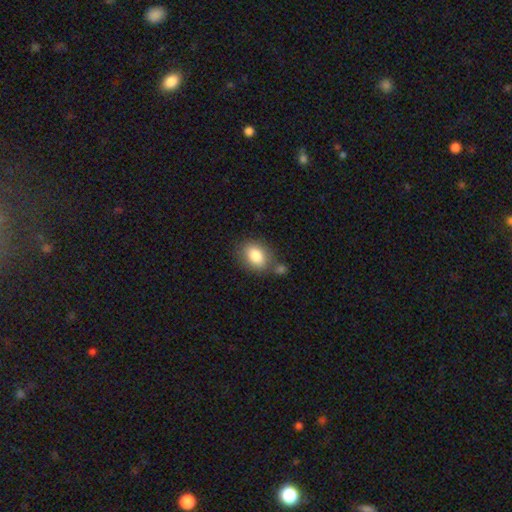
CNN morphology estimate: Smooth or featured: smooth — 84% (featured or disk — 8%)
How rounded: in between — 76% (round — 23%)
Merging: none — 64% (minor disturbance — 16%)